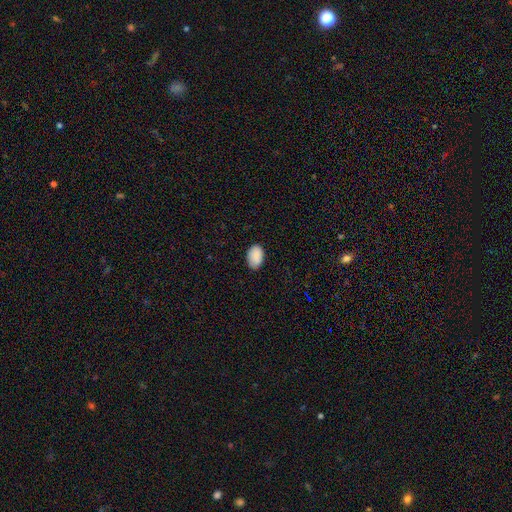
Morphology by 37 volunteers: smooth 92%, star or artifact 5%, featured or disk 3%. Down the decision tree: how rounded — in between (79%); merging — none (91%).